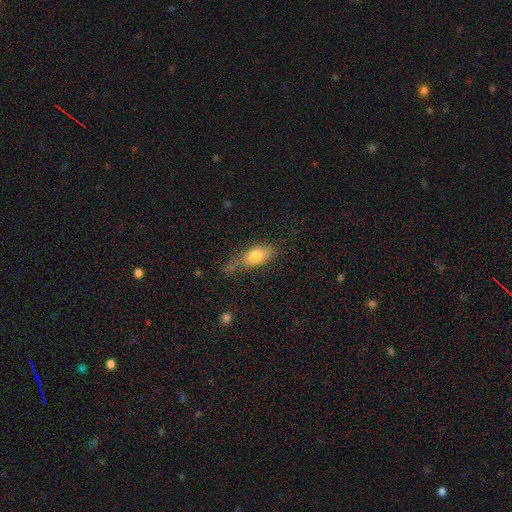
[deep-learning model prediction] smooth 76%, featured or disk 16%, star or artifact 8%. Down the decision tree: how rounded — in between (82%); merging — none (45%).